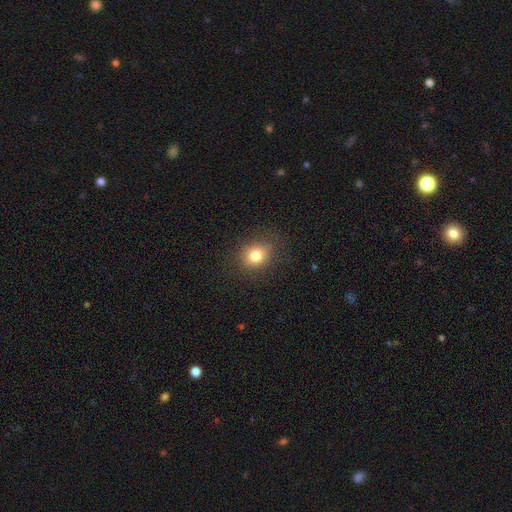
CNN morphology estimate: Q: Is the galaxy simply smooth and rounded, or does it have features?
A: smooth — 80%.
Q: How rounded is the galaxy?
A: round — 60%.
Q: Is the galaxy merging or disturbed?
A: none — 81%.